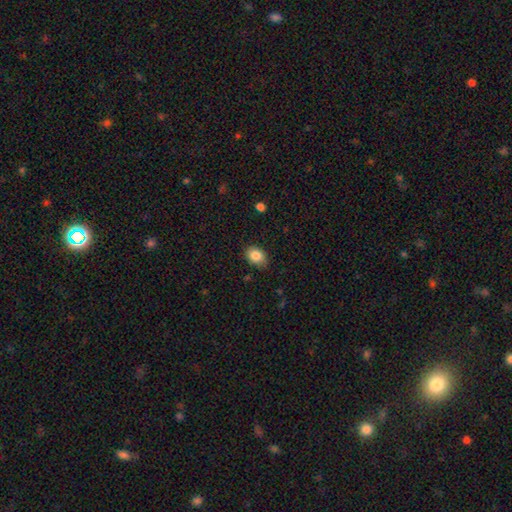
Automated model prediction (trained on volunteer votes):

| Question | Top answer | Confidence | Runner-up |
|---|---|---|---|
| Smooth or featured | smooth | 86% | star or artifact (8%) |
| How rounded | in between | 73% | round (26%) |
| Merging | none | 83% | minor disturbance (13%) |